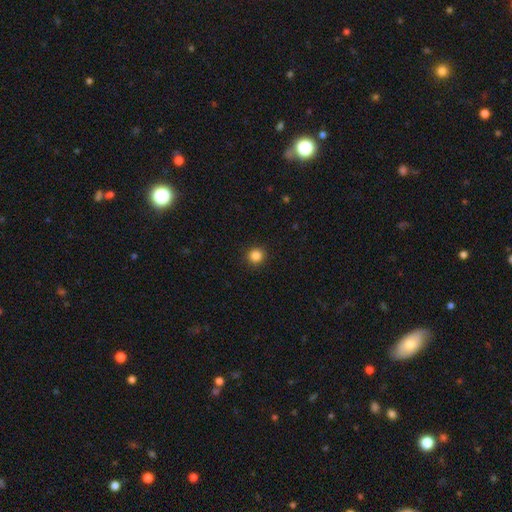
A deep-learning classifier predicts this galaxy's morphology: This is clearly a smooth galaxy (85%). How rounded: clearly round (93%). Merging: clearly none (92%).